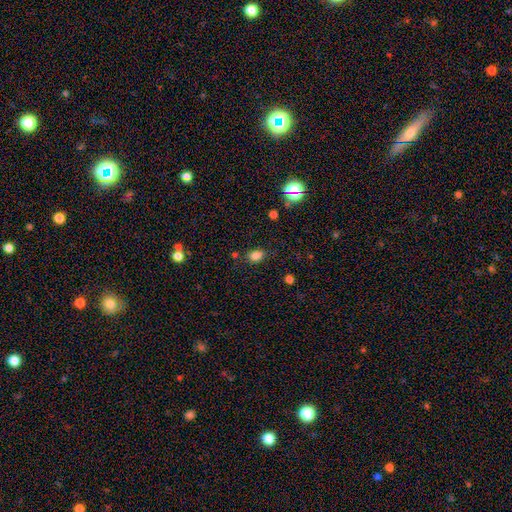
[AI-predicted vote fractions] Morphology: type=smooth (80%); roundness=in between (71%); merging=none (76%).